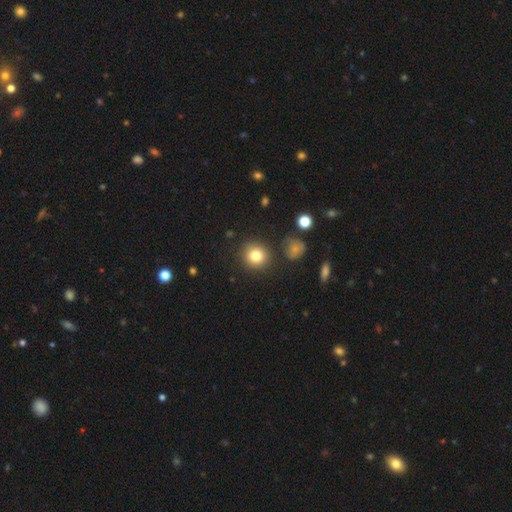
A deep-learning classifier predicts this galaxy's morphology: type=smooth (81%); roundness=round (90%); merging=none (87%).